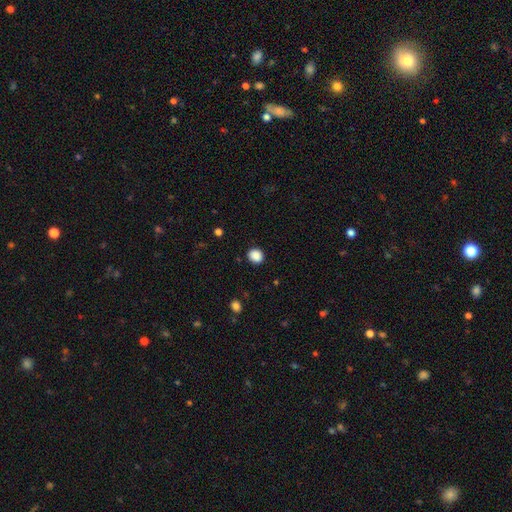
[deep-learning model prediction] Smooth or featured? smooth (88%)
How rounded? round (80%)
Merging? none (90%)